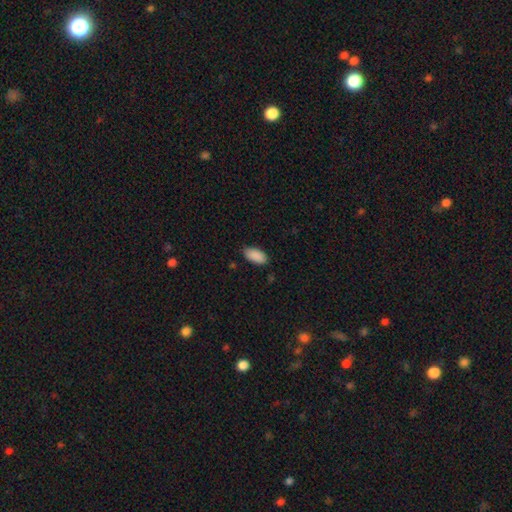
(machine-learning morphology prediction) type=smooth (90%); roundness=in between (93%); merging=none (83%).